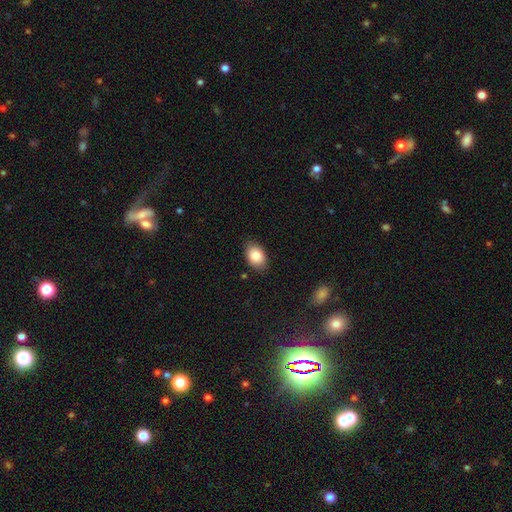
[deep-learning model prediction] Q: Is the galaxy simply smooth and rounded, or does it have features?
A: smooth — 86%.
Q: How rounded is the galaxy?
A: in between — 83%.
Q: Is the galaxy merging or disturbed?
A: none — 82%.